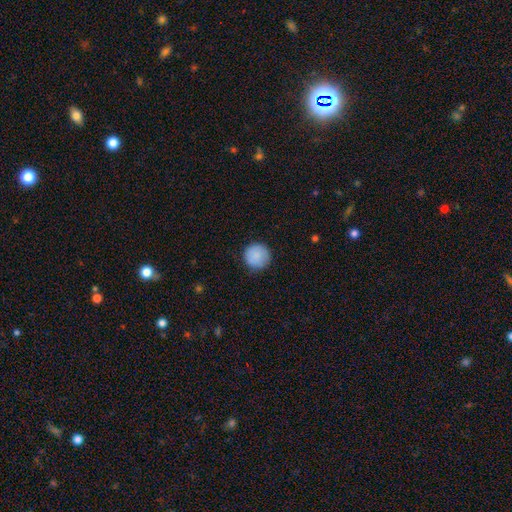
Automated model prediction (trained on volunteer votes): This appears to be a smooth galaxy with no disk features (87%) that is round (96%). Merging: none (89%).